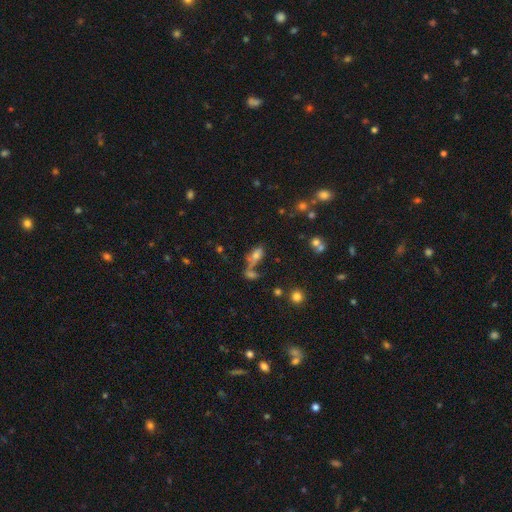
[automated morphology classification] smooth 63%, featured or disk 20%, star or artifact 18%. Down the decision tree: how rounded — in between (81%); merging — none (39%).